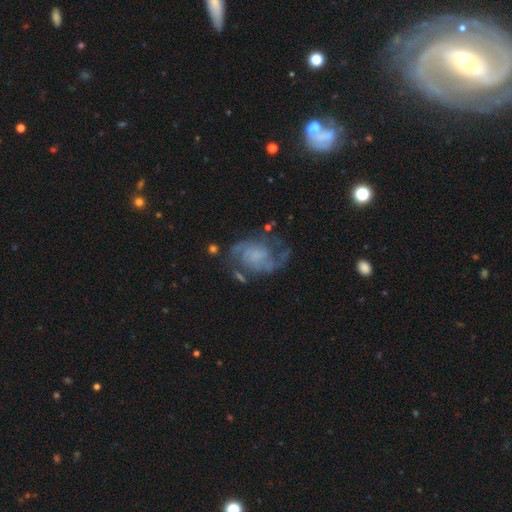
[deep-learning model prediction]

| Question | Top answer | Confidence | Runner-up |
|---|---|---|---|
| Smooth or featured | featured or disk | 83% | smooth (9%) |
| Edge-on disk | no | 98% | yes (2%) |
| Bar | no | 62% | weak (31%) |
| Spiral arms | yes | 94% | no (6%) |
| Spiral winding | medium | 50% | tight (26%) |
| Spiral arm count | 2 | 76% | can't tell (10%) |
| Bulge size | none | 44% | small (30%) |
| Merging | none | 62% | minor disturbance (20%) |